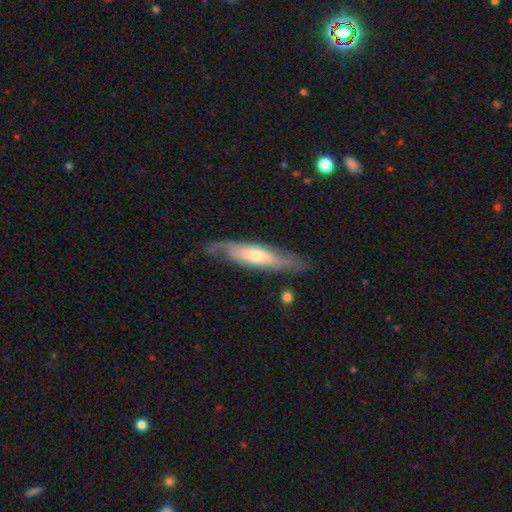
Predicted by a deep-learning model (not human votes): Smooth or featured: featured or disk — 63% (smooth — 32%)
Edge-on disk: no — 55% (yes — 45%)
Merging: none — 67% (minor disturbance — 20%)